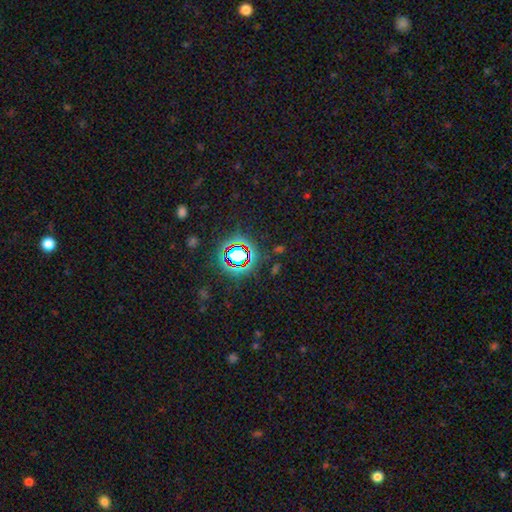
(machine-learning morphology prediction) smooth-or-featured: star or artifact: 78% | smooth: 12% | featured or disk: 10%